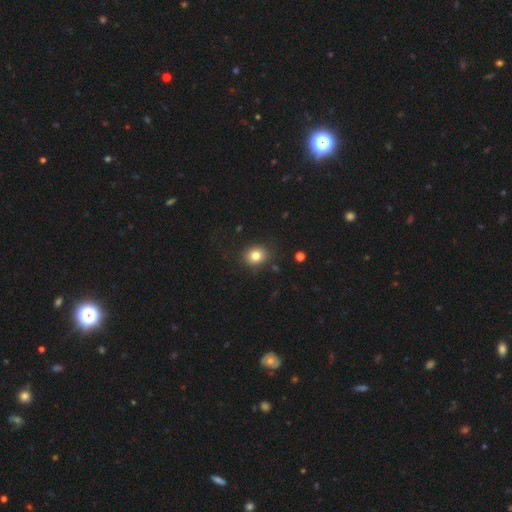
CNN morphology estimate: Smooth or featured: smooth — 81% (star or artifact — 12%)
How rounded: round — 69% (in between — 30%)
Merging: none — 86% (minor disturbance — 10%)